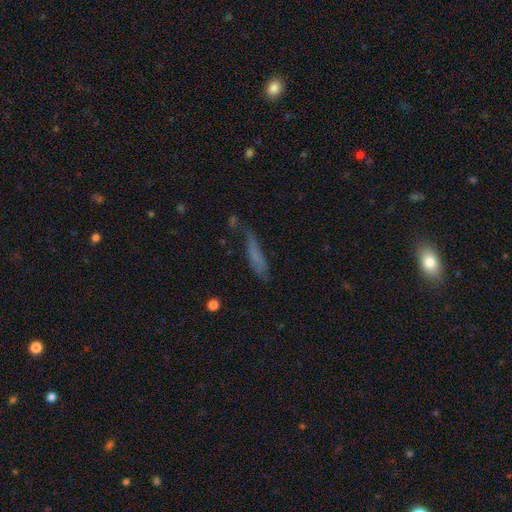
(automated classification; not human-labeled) Smooth or featured?
  - smooth: 63% *
  - featured or disk: 26%
  - star or artifact: 12%
How rounded?
  - cigar-shaped: 81% *
  - in between: 16%
  - round: 2%
Merging?
  - none: 50% *
  - minor disturbance: 28%
  - major disturbance: 16%
  - merger: 6%